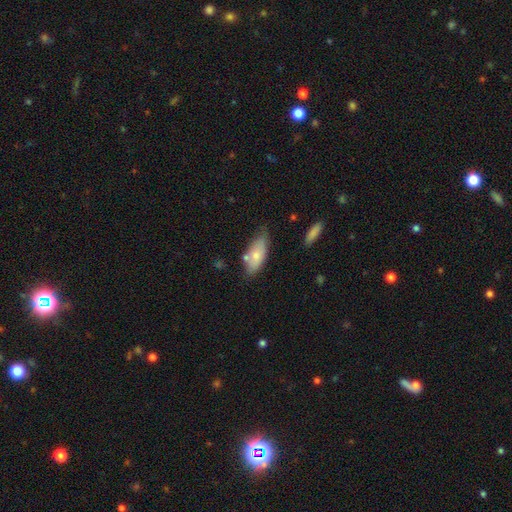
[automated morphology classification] smooth-or-featured: smooth: 73% | featured or disk: 21% | star or artifact: 6%
  how-rounded: in between: 83% | cigar-shaped: 15% | round: 3%
  merging: none: 62% | minor disturbance: 25% | merger: 9% | major disturbance: 5%